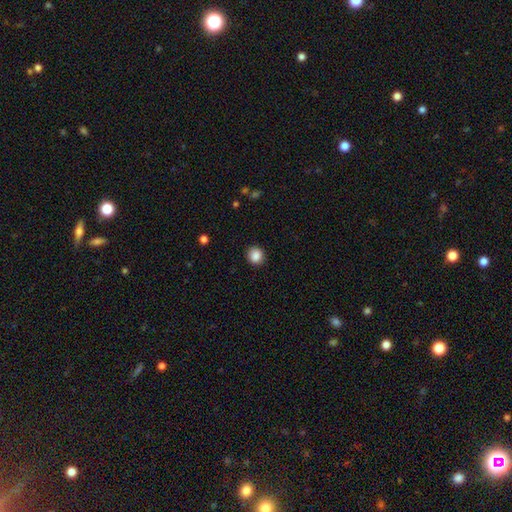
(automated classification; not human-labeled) A smooth galaxy with no disk features (88%) that is round (86%).

Vote fractions:
- Smooth or featured? smooth: 88% / star or artifact: 9% / featured or disk: 3%
- How rounded? round: 86% / in between: 13% / cigar-shaped: 1%
- Merging? none: 91% / minor disturbance: 6% / major disturbance: 2% / merger: 1%